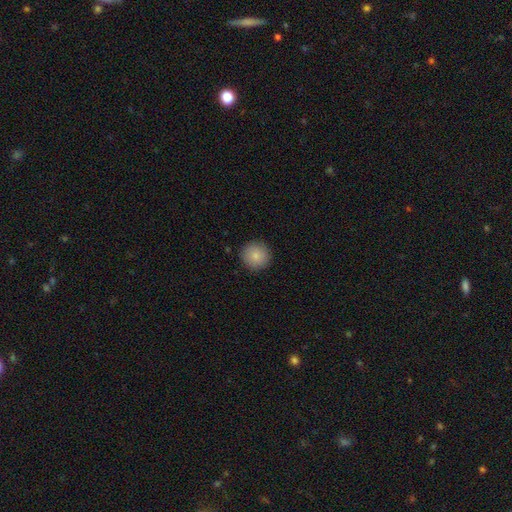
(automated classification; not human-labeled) A smooth galaxy with no disk features (85%) that is round (94%). Merging: none (91%).